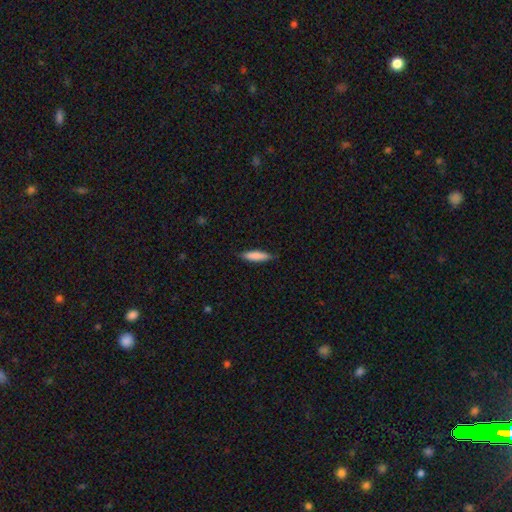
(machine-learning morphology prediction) type=smooth (83%); roundness=cigar-shaped (75%); merging=none (86%).